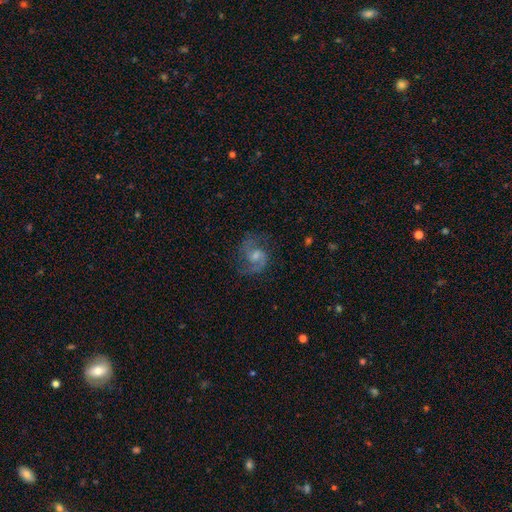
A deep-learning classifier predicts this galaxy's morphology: Q: Smooth or featured?
A: featured or disk (82%); runner-up: smooth (10%)
Q: Edge-on disk?
A: no (98%); runner-up: yes (2%)
Q: Bar?
A: weak (50%); runner-up: no (41%)
Q: Spiral arms?
A: yes (96%); runner-up: no (4%)
Q: Spiral winding?
A: medium (56%); runner-up: loose (28%)
Q: Spiral arm count?
A: 2 (86%); runner-up: 1 (6%)
Q: Bulge size?
A: moderate (40%); runner-up: small (37%)
Q: Merging?
A: none (70%); runner-up: minor disturbance (16%)